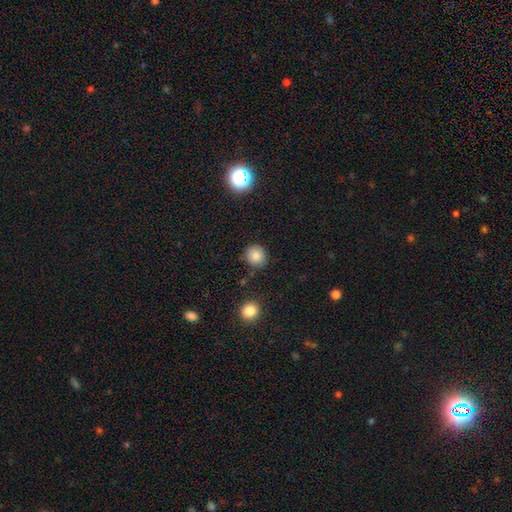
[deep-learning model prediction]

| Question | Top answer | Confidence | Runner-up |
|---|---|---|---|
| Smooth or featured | smooth | 82% | star or artifact (11%) |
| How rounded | round | 88% | in between (11%) |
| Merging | none | 85% | minor disturbance (9%) |